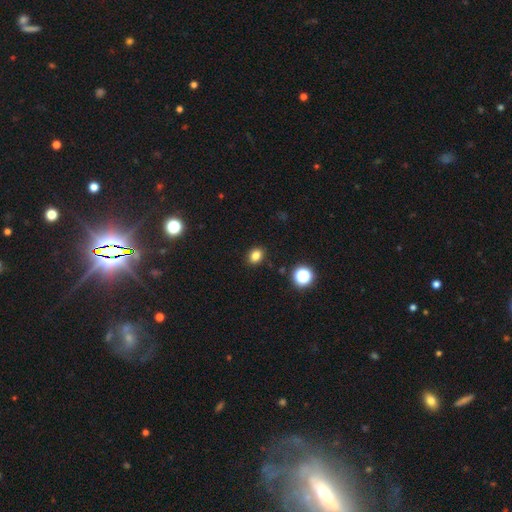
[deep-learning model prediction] This appears to be a smooth galaxy with no disk features (81%) that is in between round and cigar-shaped (59%). Merging: none (89%).